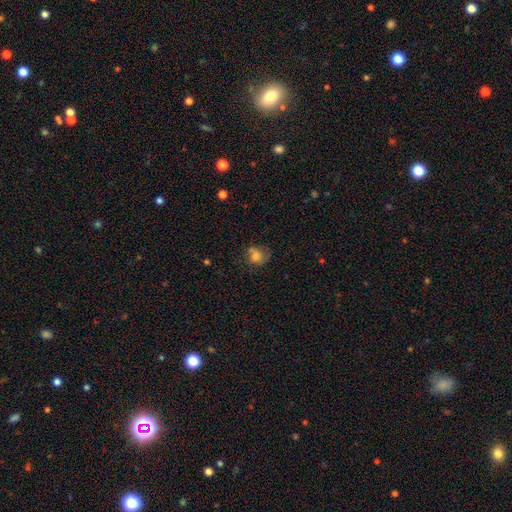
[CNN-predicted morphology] The model was most divided on "merging": none: 44%, minor disturbance: 28%, major disturbance: 22%, merger: 6%. More confident: smooth or featured — smooth (68%); how rounded — round (60%).